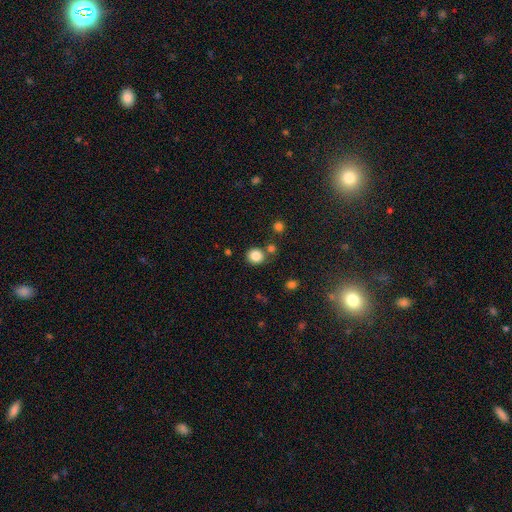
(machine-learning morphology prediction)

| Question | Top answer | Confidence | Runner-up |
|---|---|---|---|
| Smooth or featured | smooth | 84% | star or artifact (11%) |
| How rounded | round | 87% | in between (12%) |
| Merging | none | 77% | merger (11%) |